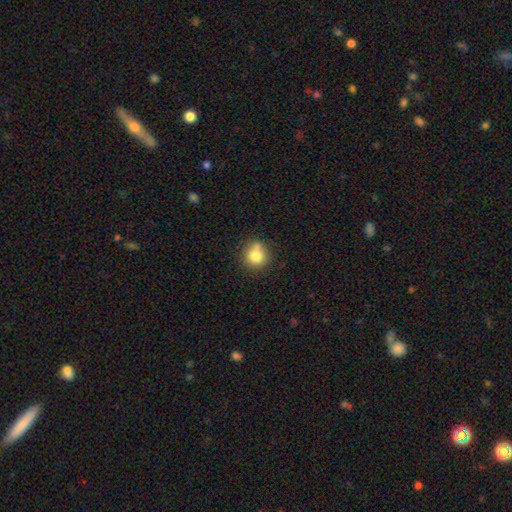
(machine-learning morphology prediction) Smooth or featured? Predicted: smooth (p=0.80). How rounded? Predicted: round (p=0.89). Merging? Predicted: none (p=0.65).